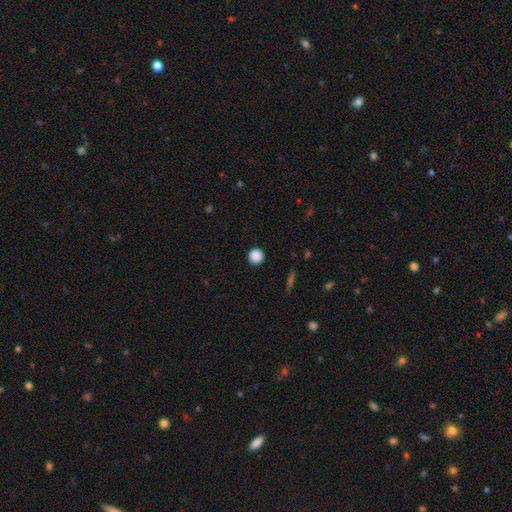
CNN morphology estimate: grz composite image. It shows a smooth galaxy with no disk features (88%) that is round (95%). Merging: none (93%).